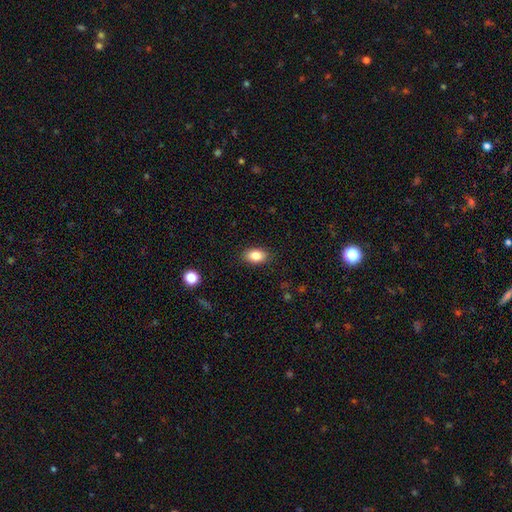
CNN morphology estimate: A smooth galaxy with no disk features (86%) that is in between round and cigar-shaped (89%). Merging: none (88%).